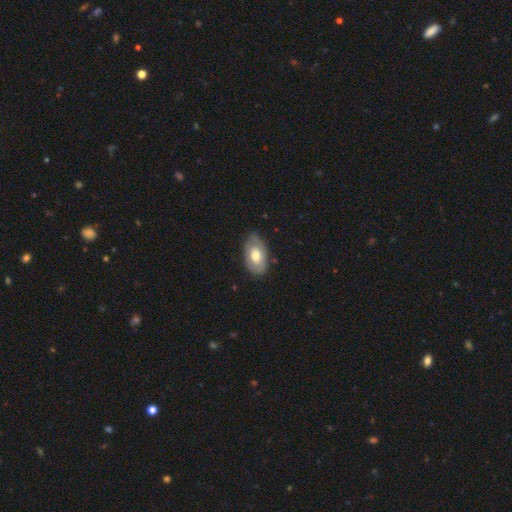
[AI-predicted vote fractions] Smooth or featured? Predicted: smooth (p=0.53). How rounded? Predicted: in between (p=0.93). Merging? Predicted: none (p=0.72).